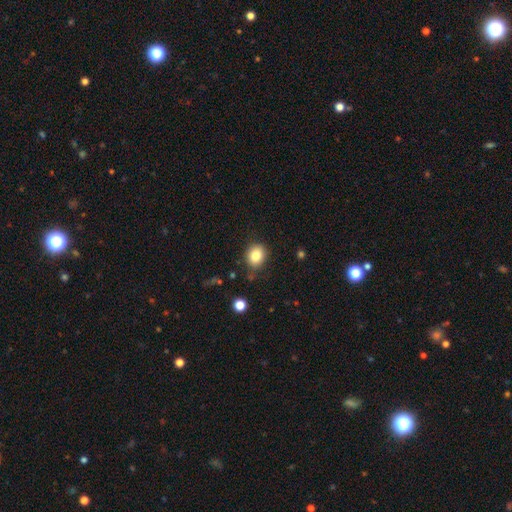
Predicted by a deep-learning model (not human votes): Overall: smooth (84%). How rounded: round (62%; in between 37%). Merging: none (83%).